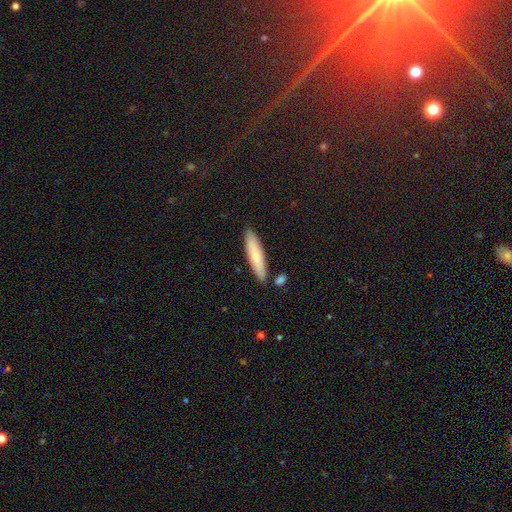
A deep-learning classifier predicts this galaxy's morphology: smooth 75%, featured or disk 19%, star or artifact 6%. Down the decision tree: how rounded — cigar-shaped (79%); merging — none (85%).